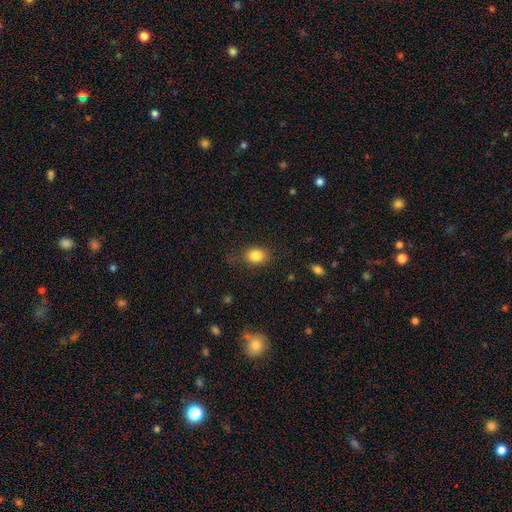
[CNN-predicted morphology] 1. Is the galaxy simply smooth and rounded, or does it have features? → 84% smooth, 10% star or artifact, 6% featured or disk.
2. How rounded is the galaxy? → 62% in between, 37% round, 1% cigar-shaped.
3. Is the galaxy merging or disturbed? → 74% none, 18% minor disturbance, 7% major disturbance, 1% merger.